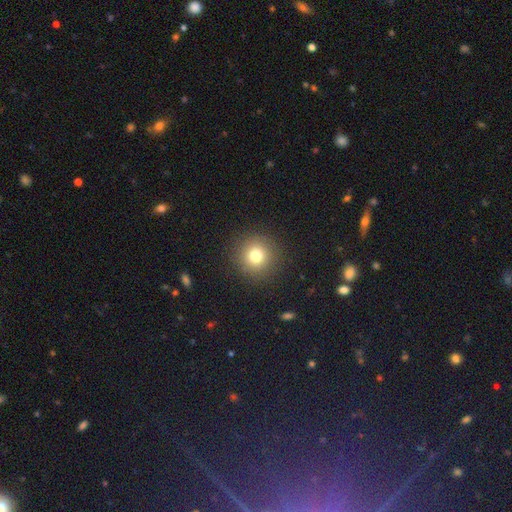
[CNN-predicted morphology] Smooth or featured? smooth (78%)
How rounded? round (94%)
Merging? none (90%)